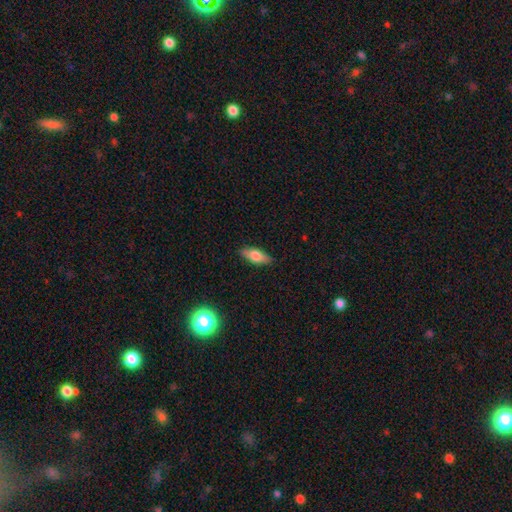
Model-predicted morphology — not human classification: This appears to be a smooth galaxy with no disk features (66%) that is in between round and cigar-shaped (72%). Merging: none (86%).